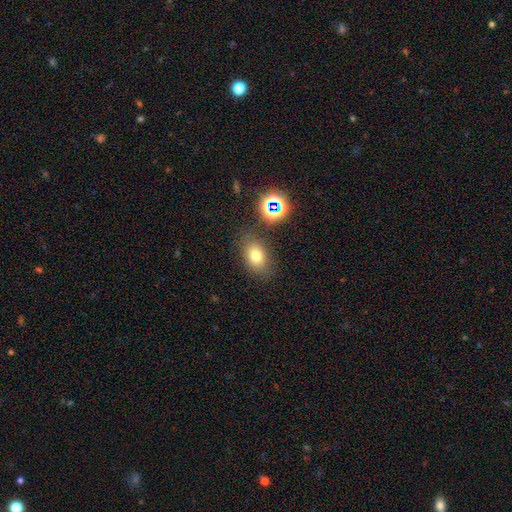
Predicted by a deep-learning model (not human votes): smooth_or_featured: smooth (p=0.74) [alt: star or artifact p=0.16]
how_rounded: in between (p=0.74) [alt: round p=0.25]
merging: none (p=0.77) [alt: minor disturbance p=0.13]